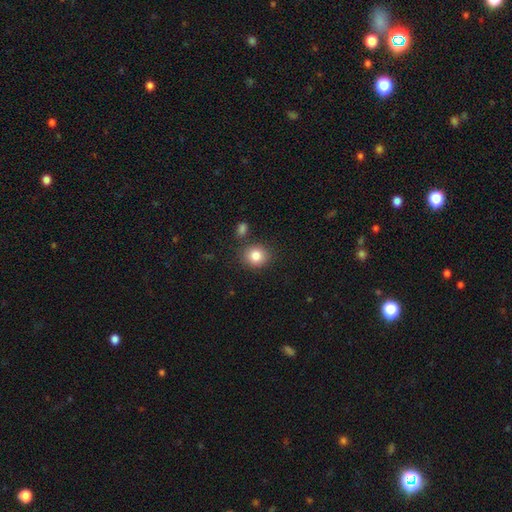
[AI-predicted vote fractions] smooth-or-featured: smooth: 84% | star or artifact: 9% | featured or disk: 7%
  how-rounded: round: 80% | in between: 19% | cigar-shaped: 1%
  merging: none: 81% | minor disturbance: 10% | merger: 7% | major disturbance: 3%